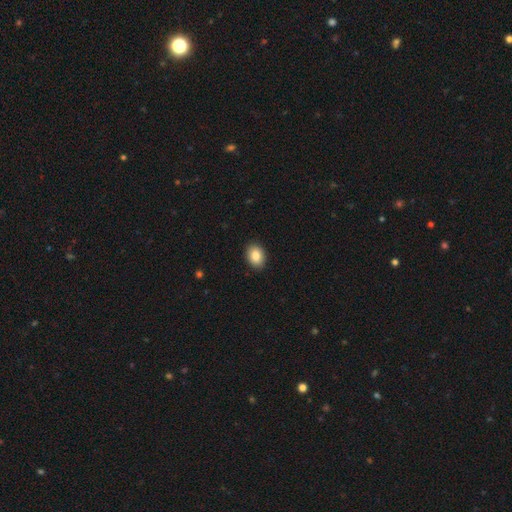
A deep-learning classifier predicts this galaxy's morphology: Overall: smooth (85%). How rounded: in between (72%). Merging: none (91%).